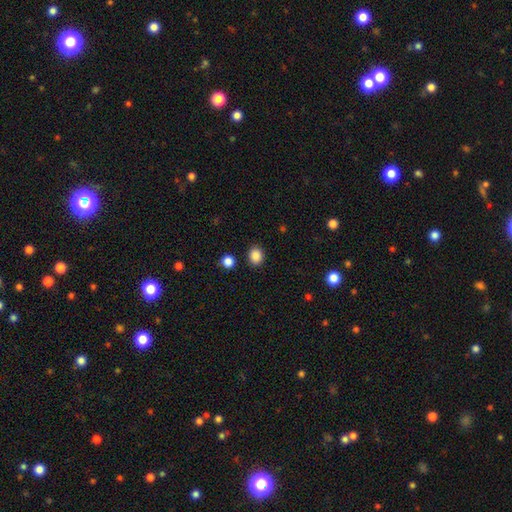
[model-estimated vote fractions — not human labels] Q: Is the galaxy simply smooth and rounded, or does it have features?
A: smooth — 87%.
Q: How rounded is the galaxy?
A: round — 63%.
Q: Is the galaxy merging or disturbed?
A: none — 87%.